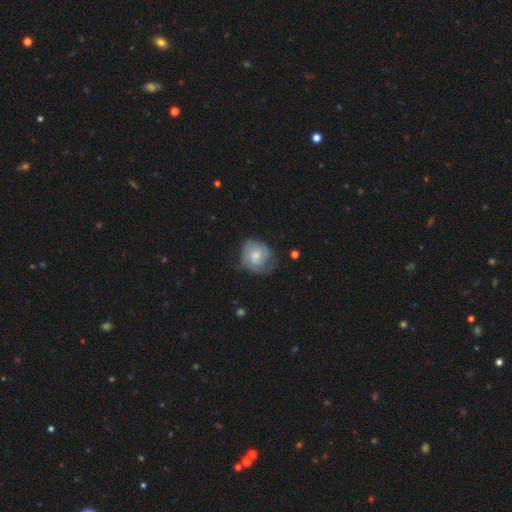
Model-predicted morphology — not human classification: Q: Smooth or featured?
A: featured or disk (53%); runner-up: smooth (41%)
Q: Edge-on disk?
A: no (98%); runner-up: yes (2%)
Q: Bar?
A: no (64%); runner-up: weak (32%)
Q: Spiral arms?
A: yes (78%); runner-up: no (22%)
Q: Bulge size?
A: moderate (46%); runner-up: small (43%)
Q: Merging?
A: none (54%); runner-up: minor disturbance (30%)